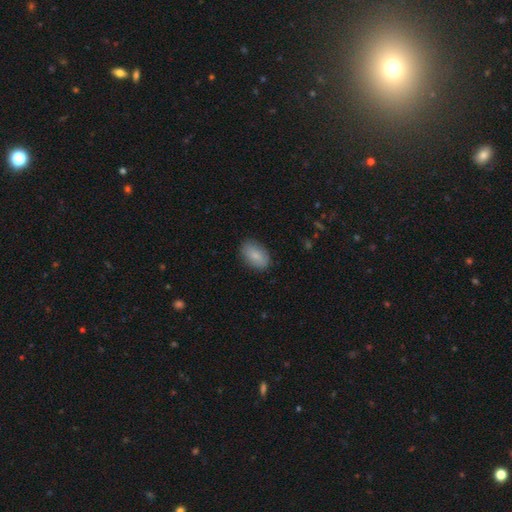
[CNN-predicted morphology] The model was most divided on "merging": none: 86%, minor disturbance: 10%, major disturbance: 2%, merger: 1%. More confident: how rounded — in between (92%); smooth or featured — smooth (86%).